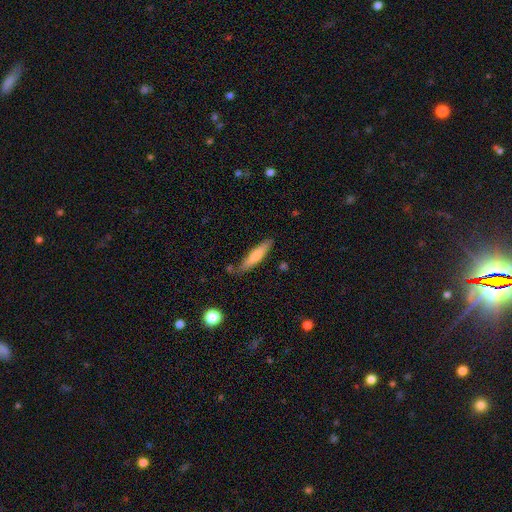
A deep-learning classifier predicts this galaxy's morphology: smooth 71%, featured or disk 23%, star or artifact 6%. Down the decision tree: how rounded — cigar-shaped (86%); merging — none (81%).